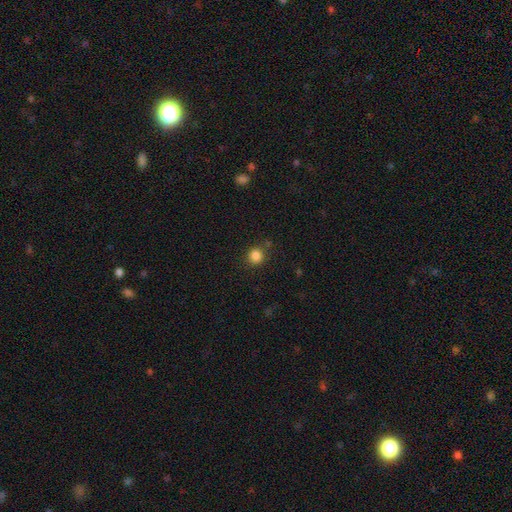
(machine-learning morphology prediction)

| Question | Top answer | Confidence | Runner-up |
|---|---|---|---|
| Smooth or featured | smooth | 85% | star or artifact (12%) |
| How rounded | round | 86% | in between (13%) |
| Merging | none | 83% | minor disturbance (10%) |